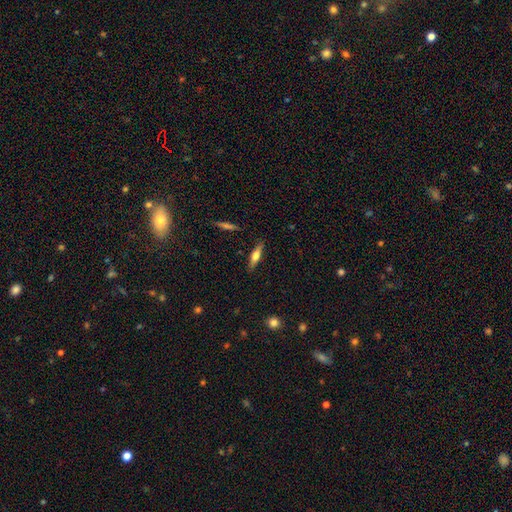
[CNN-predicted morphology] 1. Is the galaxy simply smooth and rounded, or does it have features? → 50% smooth, 43% featured or disk, 7% star or artifact.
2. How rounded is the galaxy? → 66% cigar-shaped, 32% in between, 3% round.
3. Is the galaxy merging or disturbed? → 86% none, 10% minor disturbance, 2% major disturbance, 2% merger.